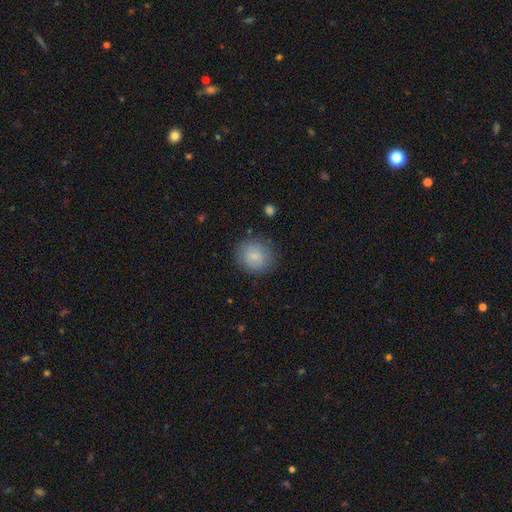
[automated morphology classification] A smooth galaxy with no disk features (82%) that is round (82%).

Vote fractions:
- Smooth or featured? smooth: 82% / featured or disk: 11% / star or artifact: 7%
- How rounded? round: 82% / in between: 17% / cigar-shaped: 1%
- Merging? none: 84% / minor disturbance: 12% / major disturbance: 4% / merger: 1%